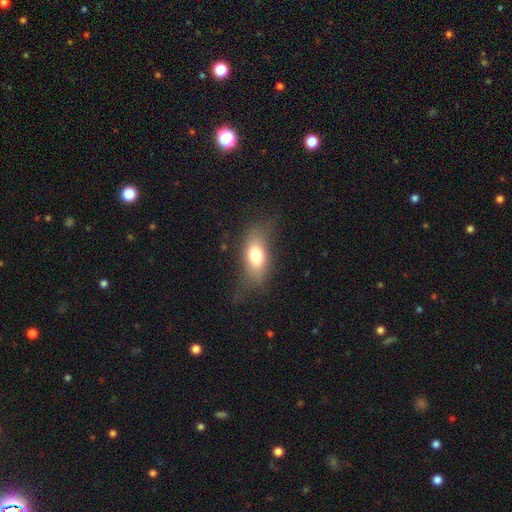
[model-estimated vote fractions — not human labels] smooth-or-featured: smooth: 71% | featured or disk: 21% | star or artifact: 8%
  how-rounded: in between: 82% | cigar-shaped: 10% | round: 8%
  merging: none: 63% | minor disturbance: 22% | major disturbance: 13% | merger: 1%